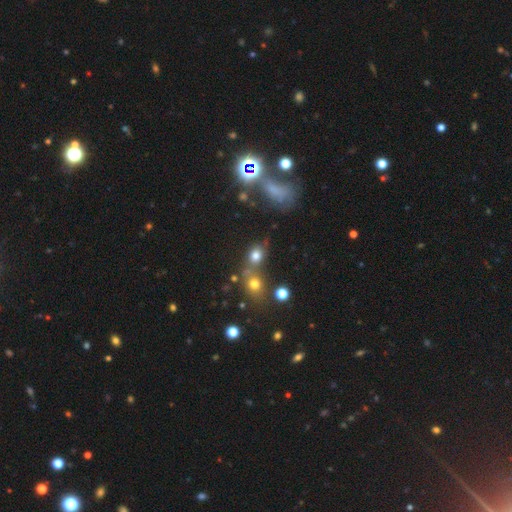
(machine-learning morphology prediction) A smooth galaxy with no disk features (72%) that is round (59%). Merging: none (51%).